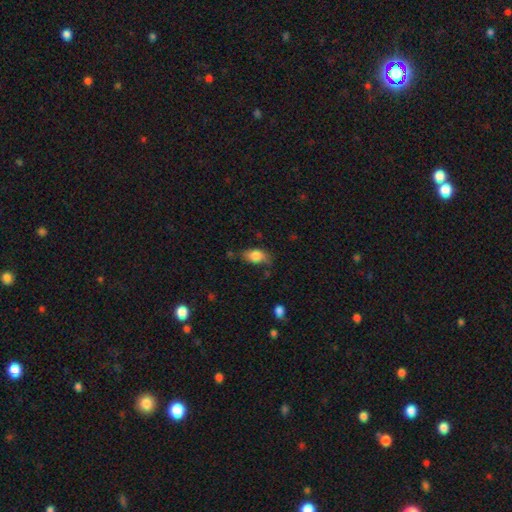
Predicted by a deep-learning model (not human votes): Morphology: type=smooth (78%); roundness=in between (85%); merging=none (61%).